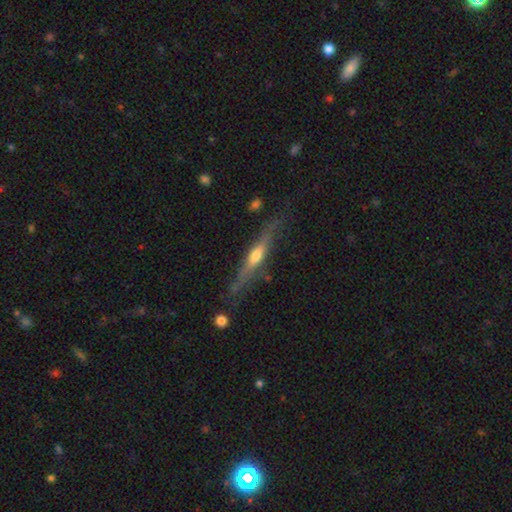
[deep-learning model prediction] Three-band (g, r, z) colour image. It shows a featured or disk galaxy (63%) viewed edge-on (89%) with a rounded central bulge (69%). Merging: none (71%).